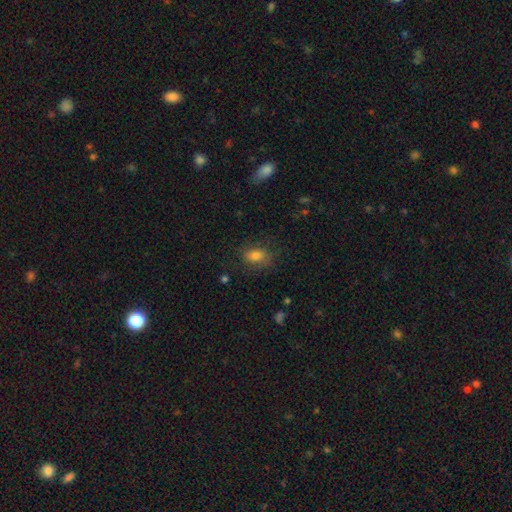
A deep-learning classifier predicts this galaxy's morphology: This appears to be a smooth galaxy with no disk features (74%) that is in between round and cigar-shaped (75%). Merging: none (67%).